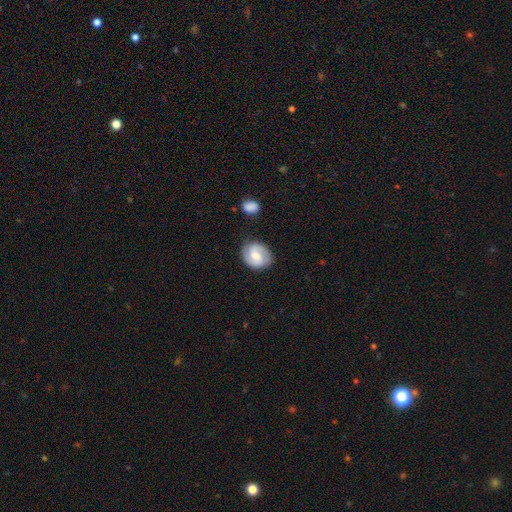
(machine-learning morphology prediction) Smooth or featured: featured or disk — 54% (smooth — 39%)
Edge-on disk: no — 98% (yes — 2%)
Bar: weak — 51% (no — 36%)
Spiral arms: yes — 90% (no — 10%)
Bulge size: moderate — 43% (small — 29%)
Merging: none — 79% (minor disturbance — 14%)